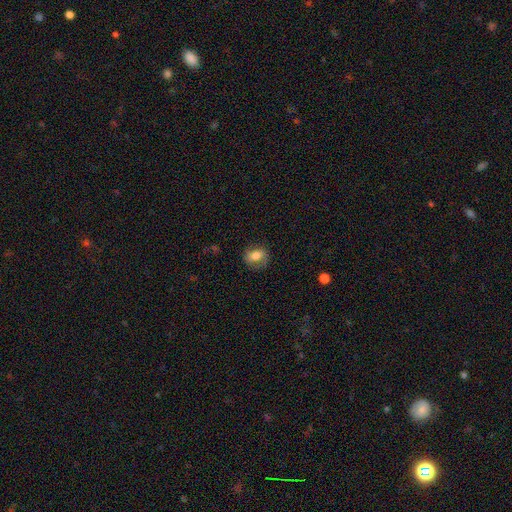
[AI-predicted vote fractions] Smooth or featured? smooth (69%)
How rounded? in between (57%)
Merging? none (73%)